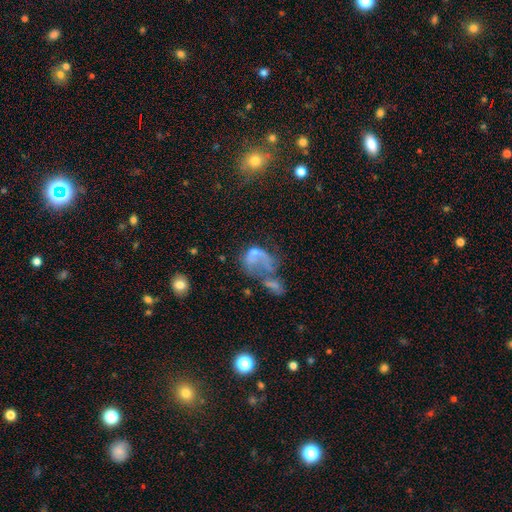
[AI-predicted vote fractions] smooth_or_featured: featured or disk (p=0.47) [alt: smooth p=0.40]
merging: merger (p=0.43) [alt: major disturbance p=0.35]